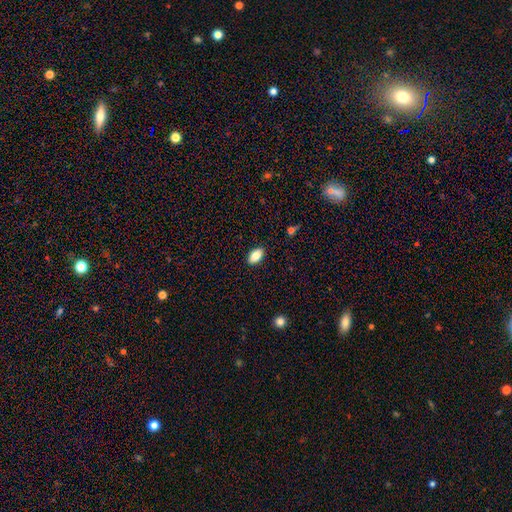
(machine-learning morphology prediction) This appears to be a smooth galaxy with no disk features (84%) that is in between round and cigar-shaped (92%). Merging: none (89%).